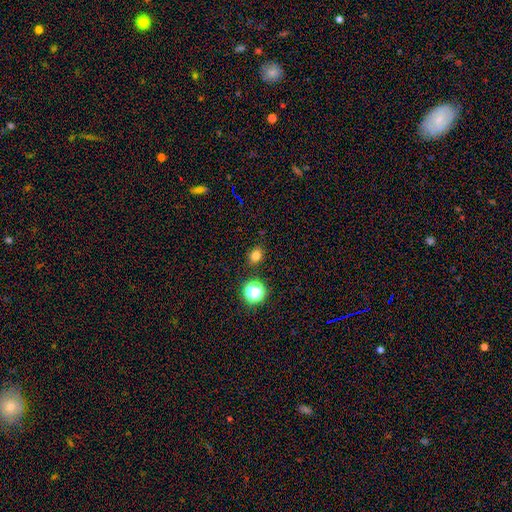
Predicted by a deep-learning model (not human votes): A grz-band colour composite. It shows a smooth galaxy with no disk features (77%) that is round (53%). Merging: none (86%).